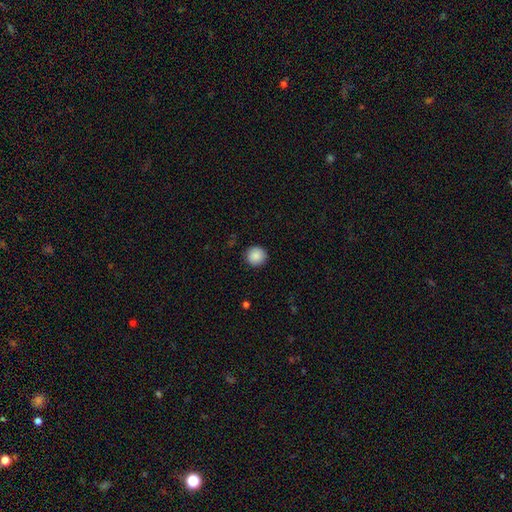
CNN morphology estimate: This appears to be a smooth galaxy with no disk features (89%) that is round (94%). Merging: none (91%).